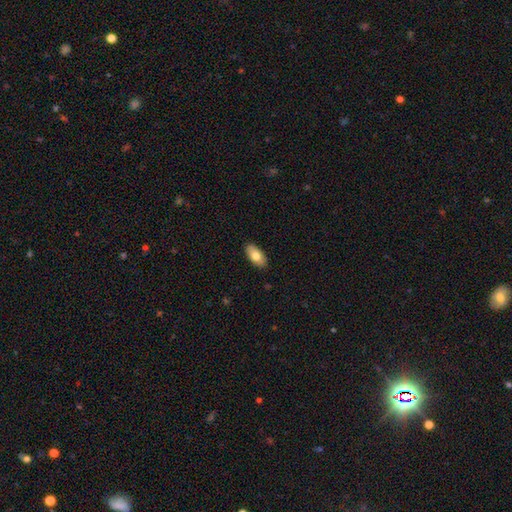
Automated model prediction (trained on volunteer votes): Morphology: type=smooth (77%); roundness=in between (93%); merging=none (89%).